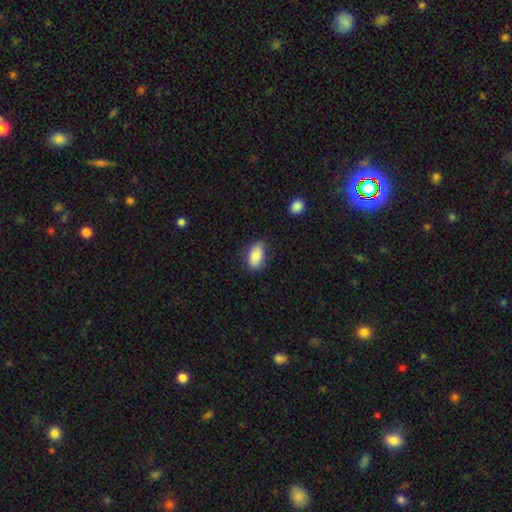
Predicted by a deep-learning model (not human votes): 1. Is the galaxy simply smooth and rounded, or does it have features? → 84% smooth, 9% featured or disk, 7% star or artifact.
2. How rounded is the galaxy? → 91% in between, 7% round, 2% cigar-shaped.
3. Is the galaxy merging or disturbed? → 77% none, 18% minor disturbance, 4% major disturbance, 2% merger.